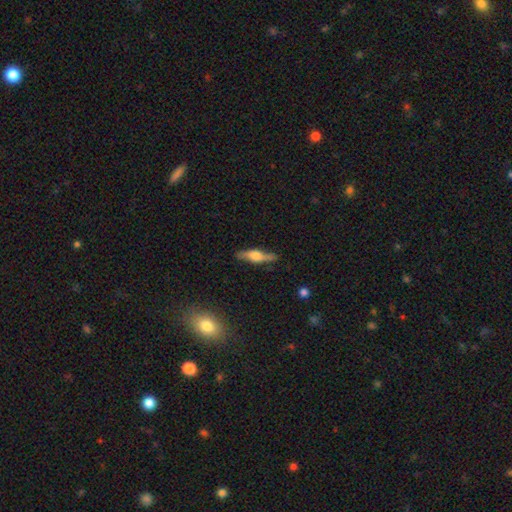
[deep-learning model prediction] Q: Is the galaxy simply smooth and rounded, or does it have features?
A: featured or disk — 60%.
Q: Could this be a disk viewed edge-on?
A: yes — 89%.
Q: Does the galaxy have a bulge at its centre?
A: rounded — 86%.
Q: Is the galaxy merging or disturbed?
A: none — 82%.